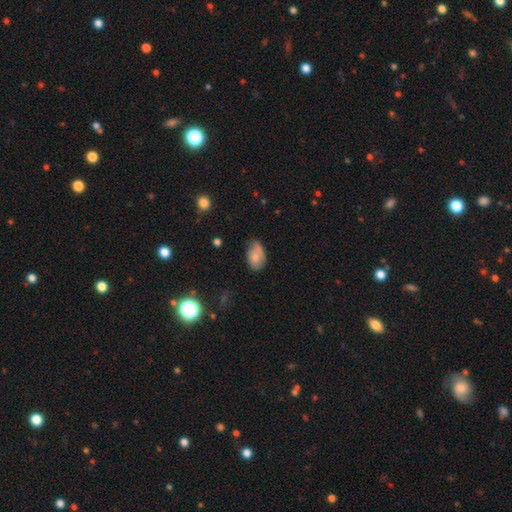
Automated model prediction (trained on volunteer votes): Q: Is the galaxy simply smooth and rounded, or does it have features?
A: smooth — 73%.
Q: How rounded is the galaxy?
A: in between — 90%.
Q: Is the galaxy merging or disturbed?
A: none — 51%.